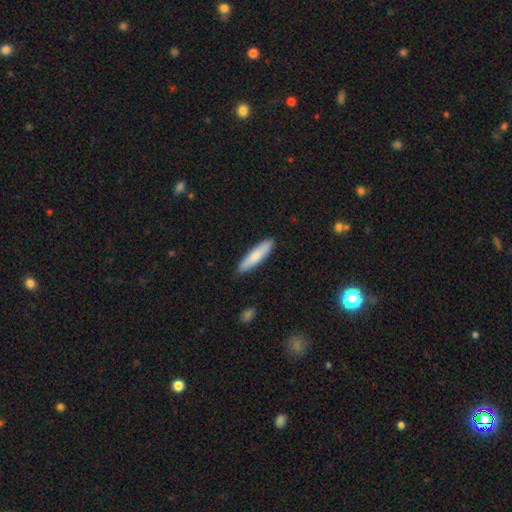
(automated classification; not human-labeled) Smooth or featured? smooth (77%)
How rounded? cigar-shaped (82%)
Merging? none (88%)